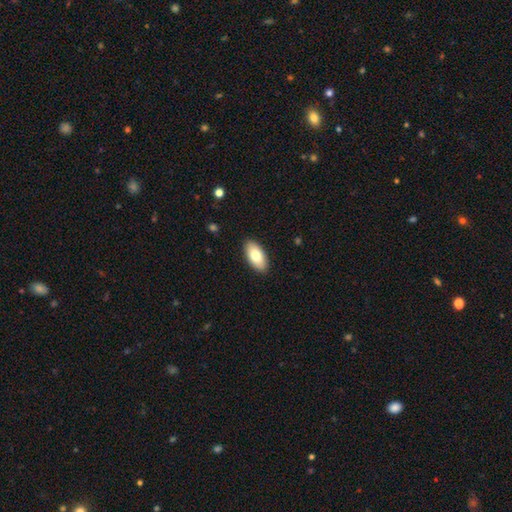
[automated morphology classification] smooth-or-featured: smooth: 80% | featured or disk: 14% | star or artifact: 6%
  how-rounded: in between: 93% | cigar-shaped: 4% | round: 2%
  merging: none: 89% | minor disturbance: 8% | major disturbance: 2% | merger: 1%